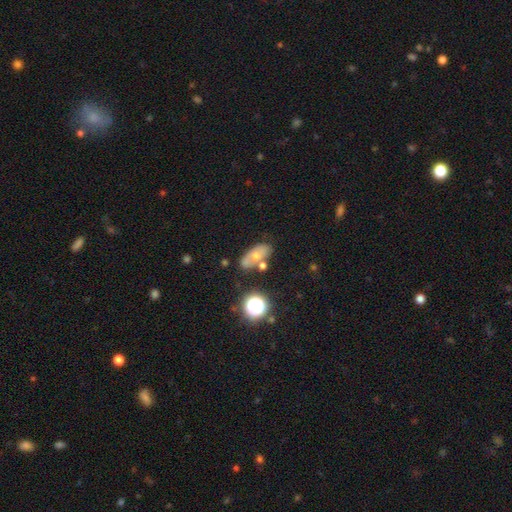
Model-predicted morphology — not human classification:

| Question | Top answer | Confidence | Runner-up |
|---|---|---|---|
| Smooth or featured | smooth | 57% | featured or disk (29%) |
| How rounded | in between | 80% | round (12%) |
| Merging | none | 58% | minor disturbance (20%) |